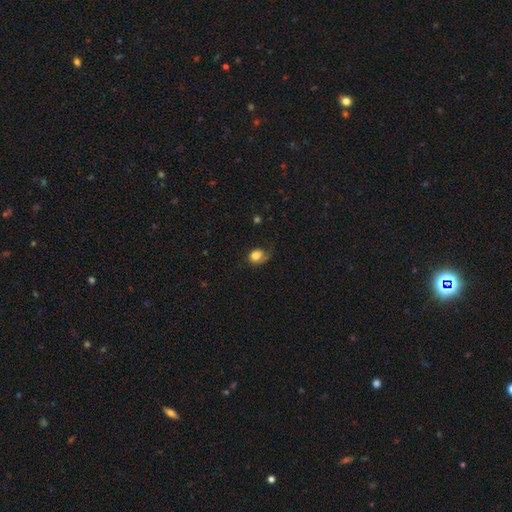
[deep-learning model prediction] Smooth or featured?
  - smooth: 75% *
  - featured or disk: 16%
  - star or artifact: 9%
How rounded?
  - round: 57% *
  - in between: 42%
  - cigar-shaped: 1%
Merging?
  - none: 46% *
  - minor disturbance: 30%
  - major disturbance: 22%
  - merger: 2%